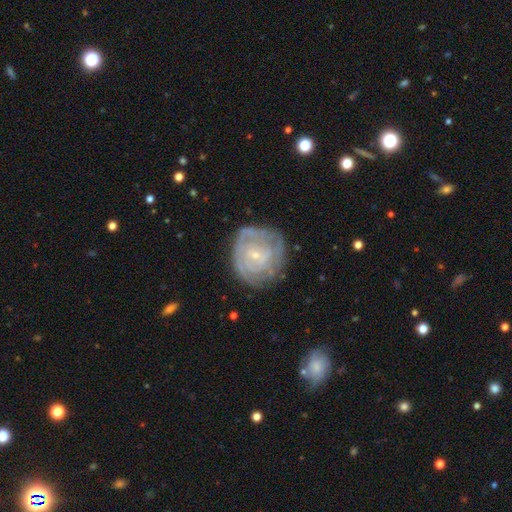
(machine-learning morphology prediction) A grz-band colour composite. It shows a featured or disk galaxy (79%) with no bar (71%), tight (75%) spiral arms (88%) and a small central bulge (84%). Merging: none (69%).